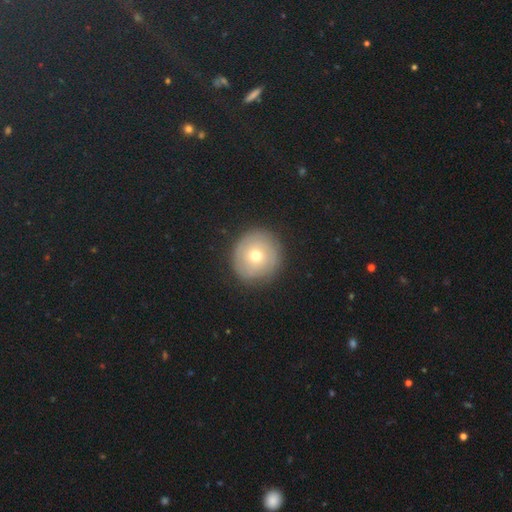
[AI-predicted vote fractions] smooth-or-featured: smooth: 57% | featured or disk: 32% | star or artifact: 10%
  how-rounded: round: 91% | in between: 8% | cigar-shaped: 1%
  merging: none: 86% | minor disturbance: 10% | major disturbance: 3% | merger: 1%